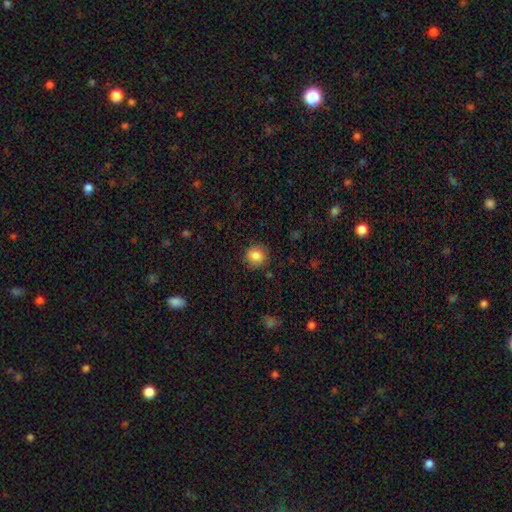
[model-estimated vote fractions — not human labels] Morphology: type=smooth (85%); roundness=round (82%); merging=none (86%).